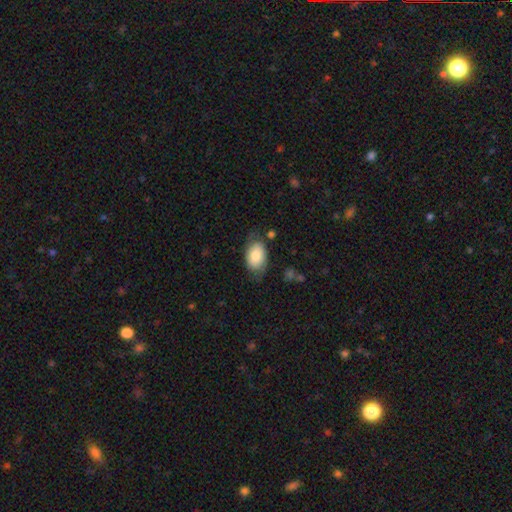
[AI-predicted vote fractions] Smooth or featured? Predicted: smooth (p=0.77). How rounded? Predicted: in between (p=0.89). Merging? Predicted: none (p=0.64).